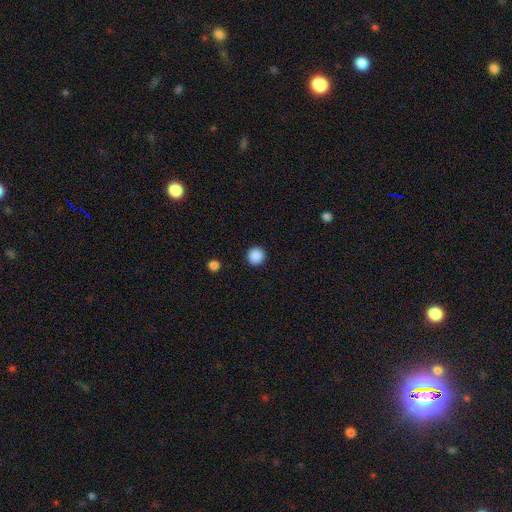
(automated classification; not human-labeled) Smooth or featured? Predicted: smooth (p=0.89). How rounded? Predicted: round (p=0.95). Merging? Predicted: none (p=0.93).